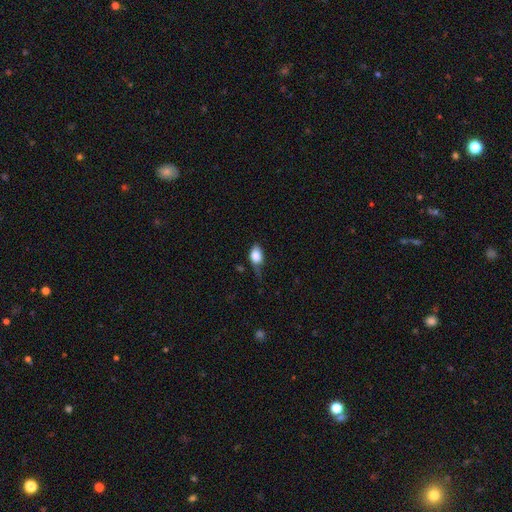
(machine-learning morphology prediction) A smooth galaxy with no disk features (79%) that is in between round and cigar-shaped (77%). Merging: minor disturbance (40%).